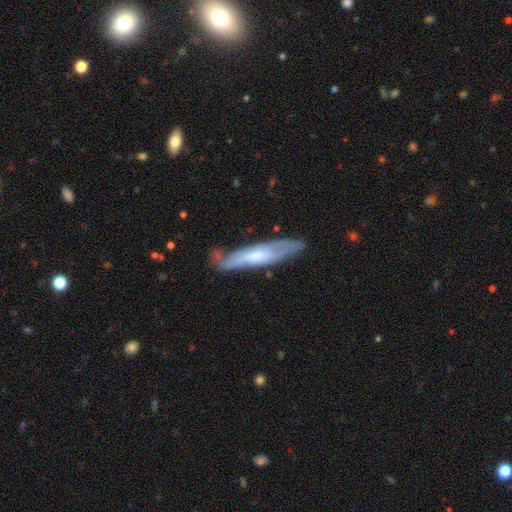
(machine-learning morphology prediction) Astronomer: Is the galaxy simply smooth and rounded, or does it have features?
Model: featured or disk — 57% (runner-up: smooth, 37%).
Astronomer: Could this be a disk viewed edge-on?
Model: yes — 56% (runner-up: no, 44%).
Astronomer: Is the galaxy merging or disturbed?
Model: none — 69%.